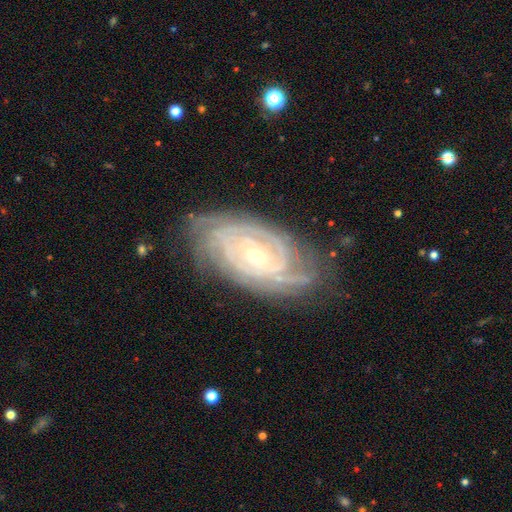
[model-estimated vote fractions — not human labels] Smooth or featured? featured or disk (90%)
Edge-on disk? no (95%)
Bar? no (65%)
Spiral arms? yes (98%)
Spiral winding? tight (82%)
Spiral arm count? 4 (24%)
Bulge size? small (66%)
Merging? none (76%)